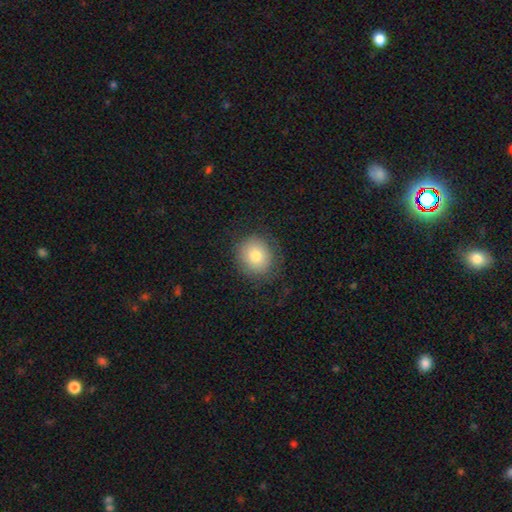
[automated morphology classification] Smooth or featured? smooth (77%)
How rounded? round (83%)
Merging? none (82%)